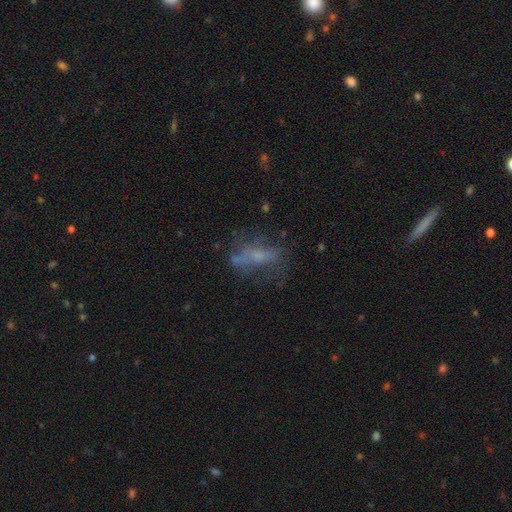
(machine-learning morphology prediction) type=featured or disk (46%); merging=none (49%).